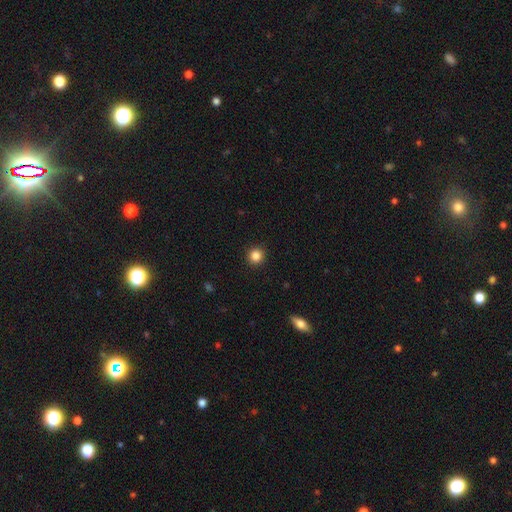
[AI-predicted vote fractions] smooth 85%, star or artifact 11%, featured or disk 3%. Down the decision tree: how rounded — round (93%); merging — none (92%).